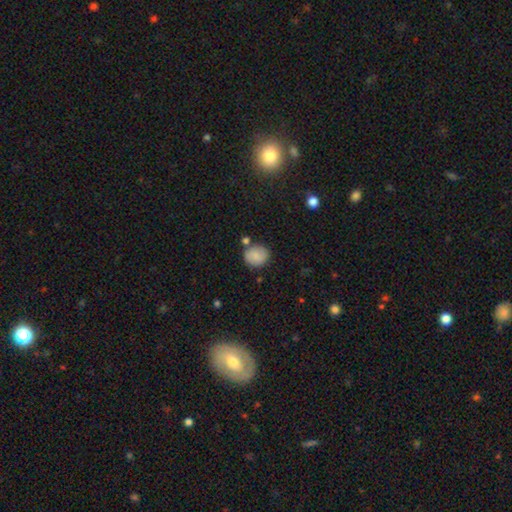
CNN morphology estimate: smooth 86%, star or artifact 8%, featured or disk 6%. Down the decision tree: how rounded — round (77%); merging — none (73%).